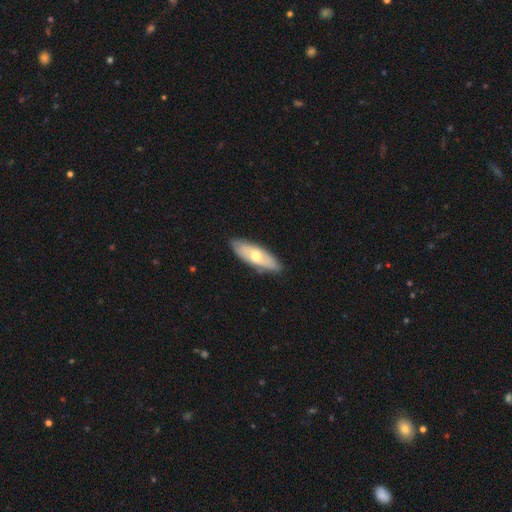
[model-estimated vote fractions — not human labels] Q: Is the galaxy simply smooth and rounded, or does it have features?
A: smooth — 52%.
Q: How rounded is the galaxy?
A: in between — 66%.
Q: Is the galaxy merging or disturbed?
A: none — 84%.